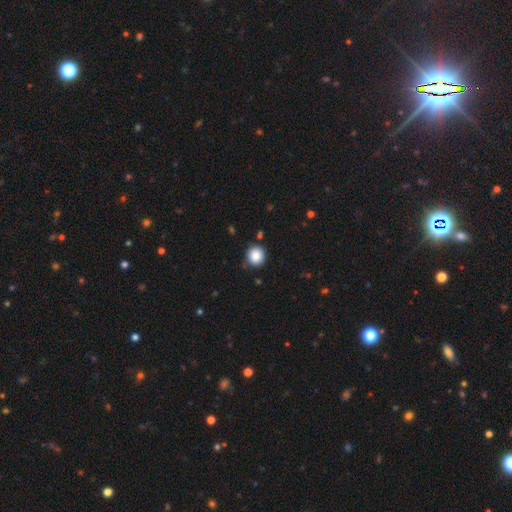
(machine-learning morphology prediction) smooth 84%, star or artifact 10%, featured or disk 6%. Down the decision tree: how rounded — round (92%); merging — none (82%).